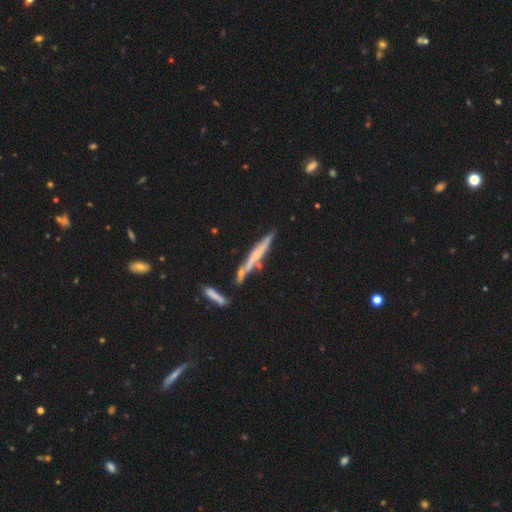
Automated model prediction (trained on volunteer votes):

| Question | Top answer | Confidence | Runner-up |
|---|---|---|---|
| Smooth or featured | featured or disk | 54% | smooth (39%) |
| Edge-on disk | yes | 94% | no (6%) |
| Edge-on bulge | none | 66% | rounded (23%) |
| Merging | none | 67% | merger (16%) |